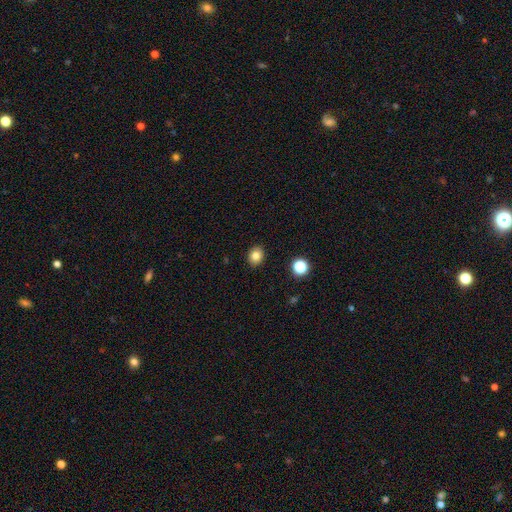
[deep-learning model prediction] Smooth or featured: smooth — 82% (star or artifact — 12%)
How rounded: round — 58% (in between — 41%)
Merging: none — 90% (minor disturbance — 7%)